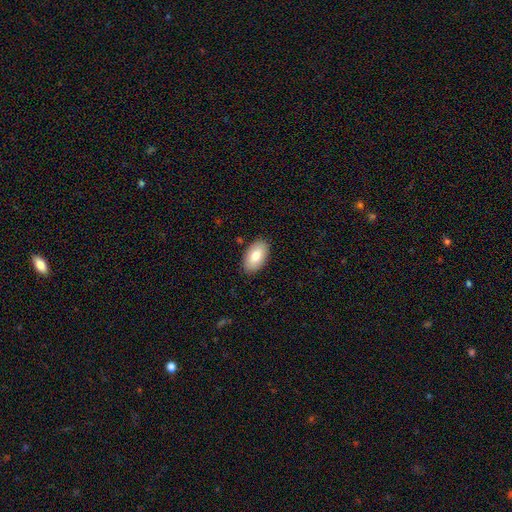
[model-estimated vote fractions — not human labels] Morphology: type=smooth (81%); roundness=in between (95%); merging=none (89%).